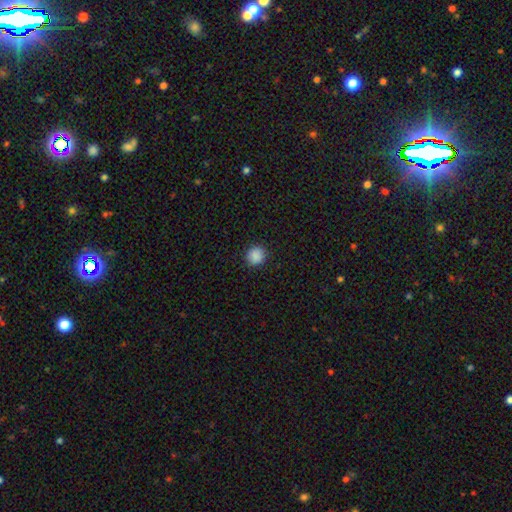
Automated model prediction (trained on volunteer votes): smooth 88%, star or artifact 9%, featured or disk 3%. Down the decision tree: how rounded — round (91%); merging — none (91%).